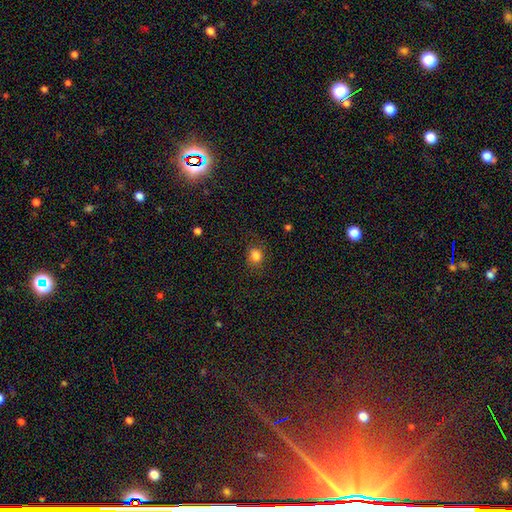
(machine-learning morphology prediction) type=smooth (83%); roundness=round (70%); merging=none (79%).